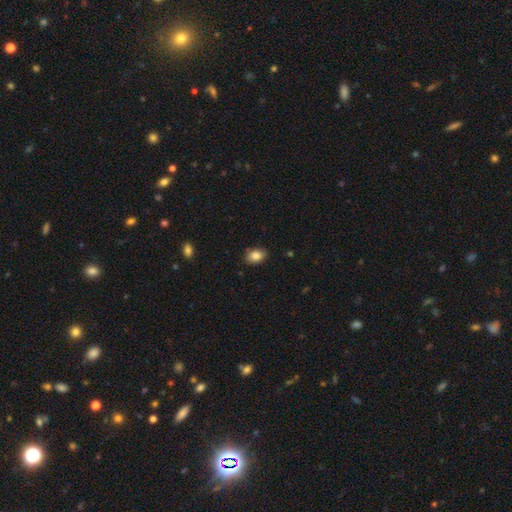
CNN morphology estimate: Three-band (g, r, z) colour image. It shows a smooth galaxy with no disk features (84%) that is in between round and cigar-shaped (79%). Merging: none (86%).